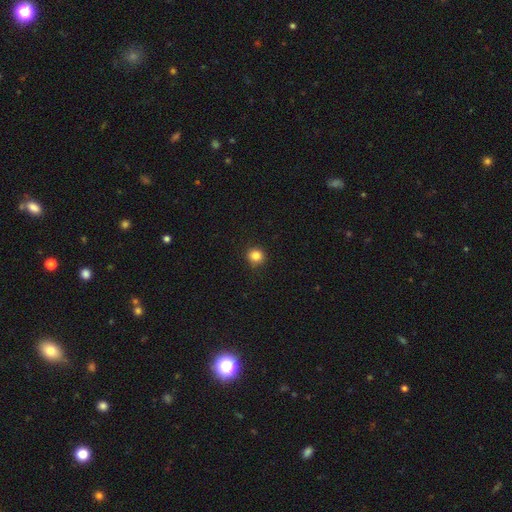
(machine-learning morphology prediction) Overall: smooth (84%). How rounded: round (92%). Merging: none (91%).